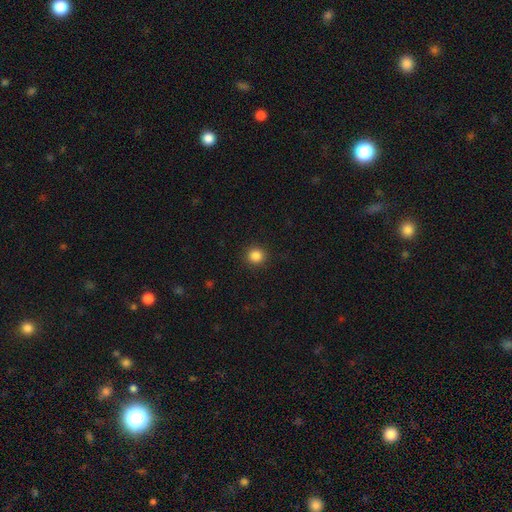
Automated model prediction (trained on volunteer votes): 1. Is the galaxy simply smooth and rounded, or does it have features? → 85% smooth, 11% star or artifact, 4% featured or disk.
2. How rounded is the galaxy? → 92% round, 7% in between, 1% cigar-shaped.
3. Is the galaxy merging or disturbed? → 92% none, 5% minor disturbance, 2% major disturbance, 1% merger.